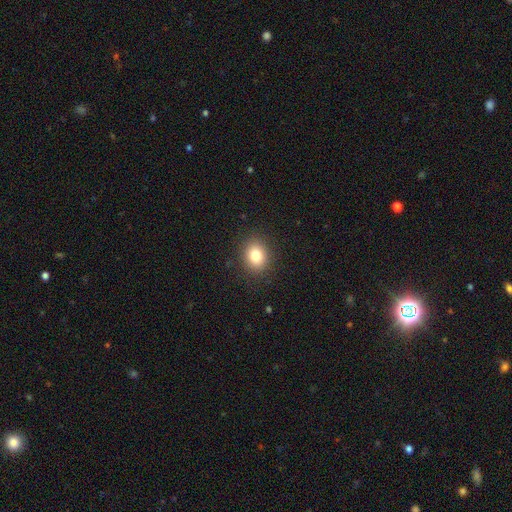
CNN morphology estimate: A smooth galaxy with no disk features (82%) that is round (53%). Merging: none (89%).